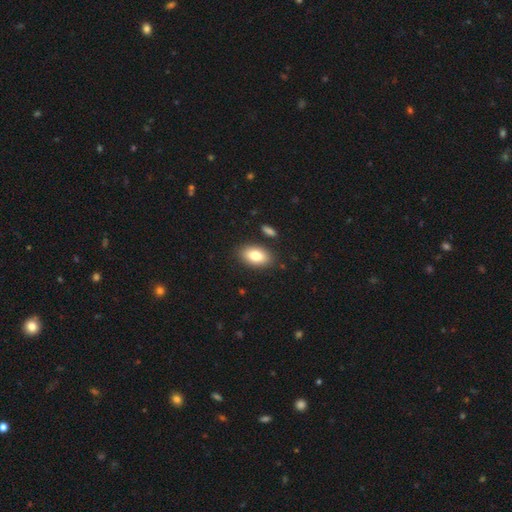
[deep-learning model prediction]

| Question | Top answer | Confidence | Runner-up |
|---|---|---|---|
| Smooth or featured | smooth | 82% | featured or disk (11%) |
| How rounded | in between | 92% | round (6%) |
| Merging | none | 85% | minor disturbance (9%) |